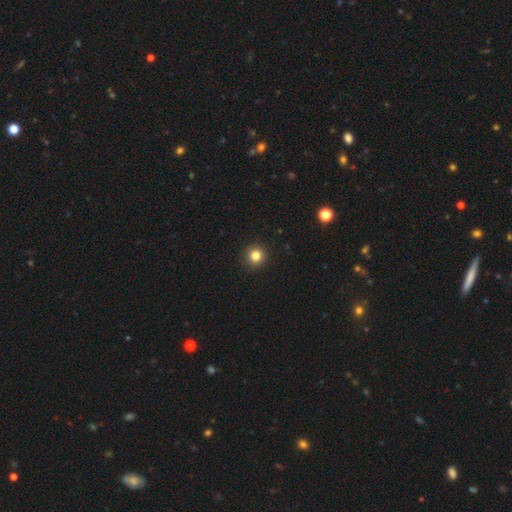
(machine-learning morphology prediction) The model was most divided on "smooth or featured": smooth: 83%, star or artifact: 12%, featured or disk: 5%. More confident: how rounded — round (94%); merging — none (93%).